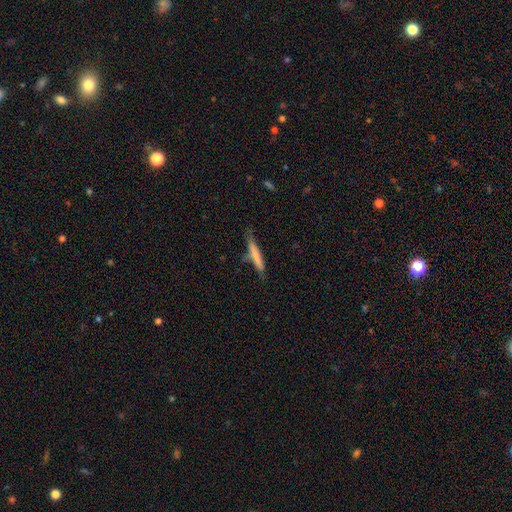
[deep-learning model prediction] A smooth galaxy with no disk features (69%) that is cigar-shaped (92%).

Vote fractions:
- Smooth or featured? smooth: 69% / featured or disk: 25% / star or artifact: 6%
- How rounded? cigar-shaped: 92% / in between: 6% / round: 1%
- Merging? none: 65% / minor disturbance: 24% / major disturbance: 7% / merger: 5%